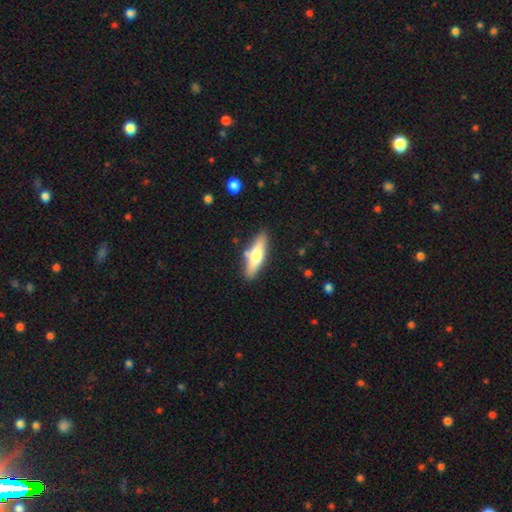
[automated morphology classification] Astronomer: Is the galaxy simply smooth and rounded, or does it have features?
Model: smooth — 60% (runner-up: featured or disk, 35%).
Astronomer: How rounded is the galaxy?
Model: cigar-shaped — 65%.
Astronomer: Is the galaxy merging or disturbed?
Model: none — 82%.